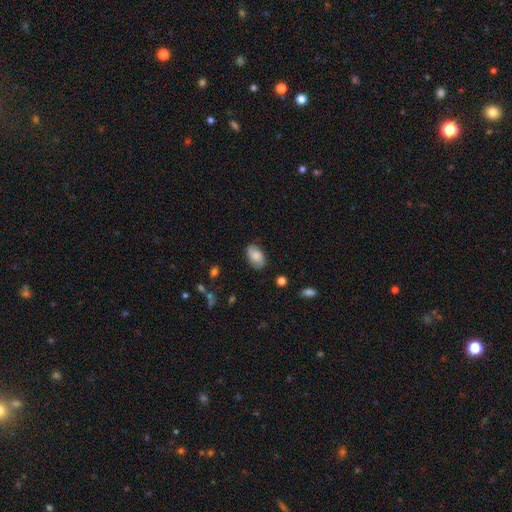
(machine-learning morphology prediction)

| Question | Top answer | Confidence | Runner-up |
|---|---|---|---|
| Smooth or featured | smooth | 76% | featured or disk (17%) |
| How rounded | in between | 93% | round (6%) |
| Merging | none | 79% | minor disturbance (17%) |